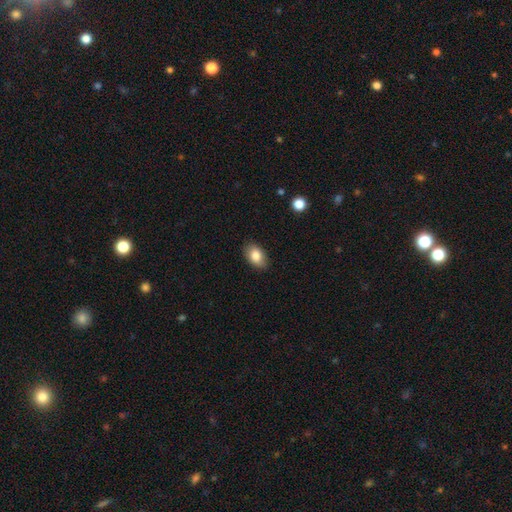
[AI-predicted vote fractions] smooth-or-featured: smooth: 84% | featured or disk: 8% | star or artifact: 7%
  how-rounded: in between: 88% | round: 10% | cigar-shaped: 1%
  merging: none: 87% | minor disturbance: 10% | major disturbance: 2% | merger: 1%